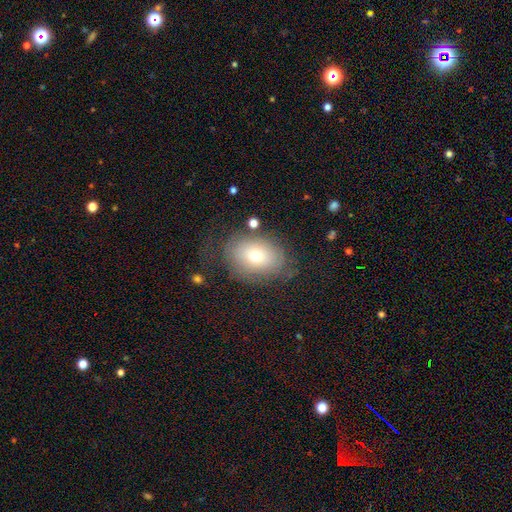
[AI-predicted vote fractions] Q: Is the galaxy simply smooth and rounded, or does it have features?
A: smooth — 63%.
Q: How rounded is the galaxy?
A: in between — 68%.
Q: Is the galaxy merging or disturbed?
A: none — 63%.